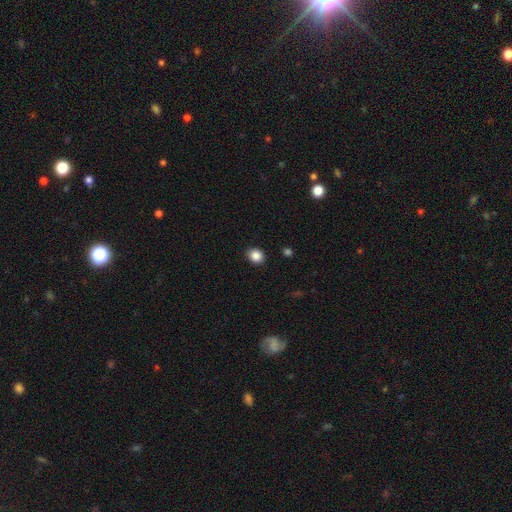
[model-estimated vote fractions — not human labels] Morphology: type=smooth (86%); roundness=round (69%); merging=none (90%).